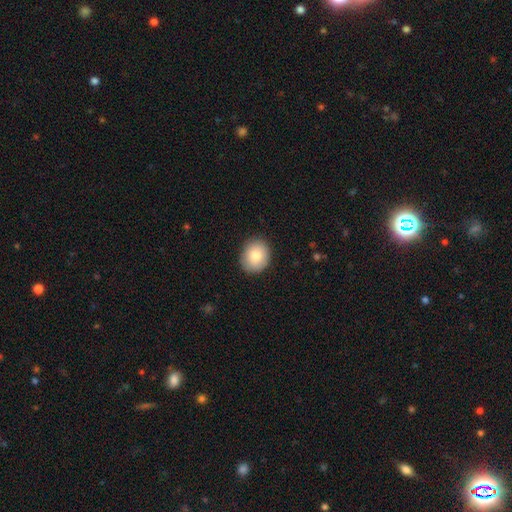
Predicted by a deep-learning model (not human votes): Smooth or featured: smooth — 83% (featured or disk — 10%)
How rounded: round — 60% (in between — 39%)
Merging: none — 88% (minor disturbance — 9%)